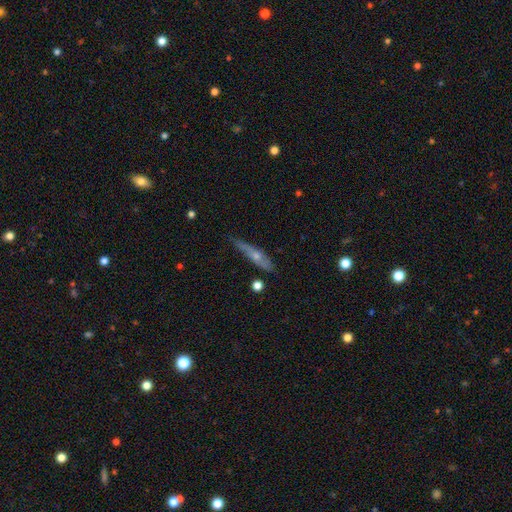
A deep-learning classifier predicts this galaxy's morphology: The model was most divided on "smooth or featured": featured or disk: 51%, smooth: 42%, star or artifact: 7%. More confident: edge-on disk — yes (79%); merging — none (68%).